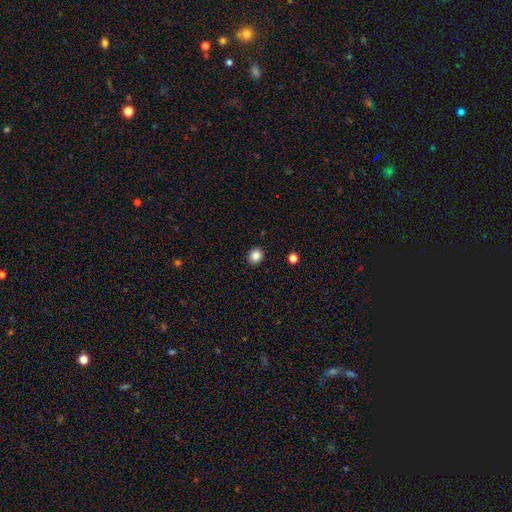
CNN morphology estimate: The model was most divided on "how rounded": round: 83%, in between: 16%, cigar-shaped: 1%. More confident: merging — none (92%); smooth or featured — smooth (85%).